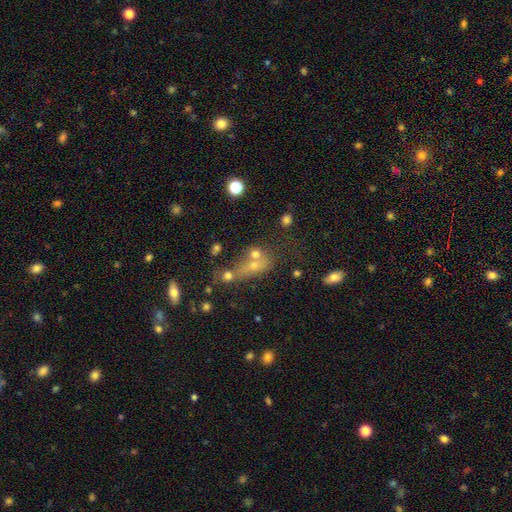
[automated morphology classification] Smooth or featured? smooth (49%)
Merging? merger (42%)